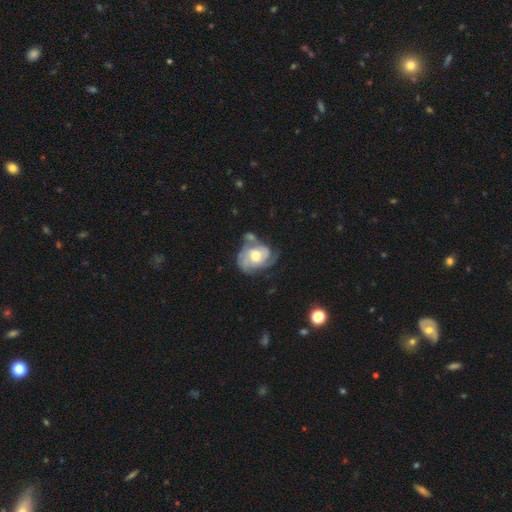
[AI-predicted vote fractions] Smooth or featured? Predicted: featured or disk (p=0.79). Edge-on disk? Predicted: no (p=0.97). Bar? Predicted: no (p=0.62). Spiral arms? Predicted: yes (p=0.93). Spiral winding? Predicted: tight (p=0.54). Spiral arm count? Predicted: 3 (p=0.38). Bulge size? Predicted: moderate (p=0.68). Merging? Predicted: none (p=0.46).